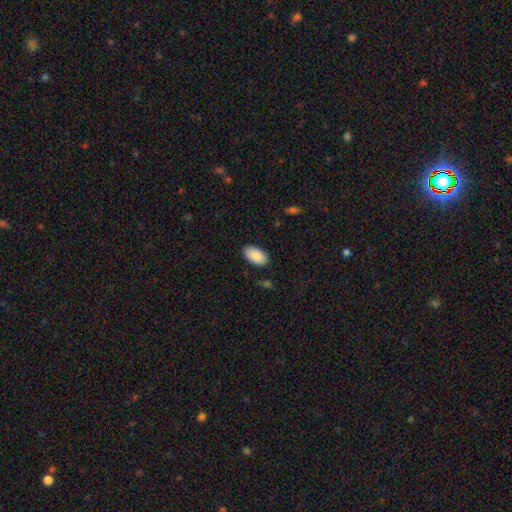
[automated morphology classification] This is clearly a smooth galaxy (90%). How rounded: clearly in between (96%). Merging: clearly none (87%).